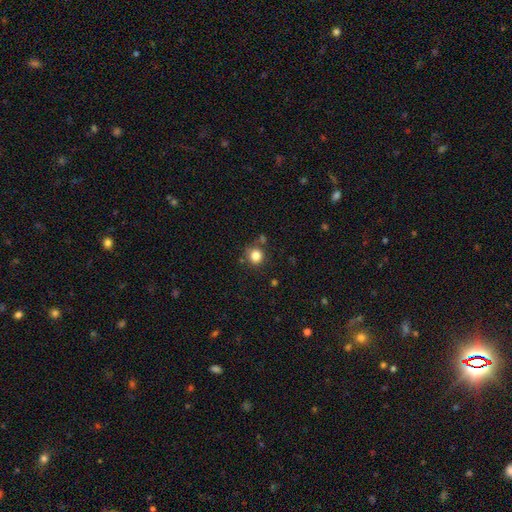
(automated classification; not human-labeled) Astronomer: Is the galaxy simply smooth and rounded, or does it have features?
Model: smooth — 83%.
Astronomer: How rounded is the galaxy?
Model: round — 87%.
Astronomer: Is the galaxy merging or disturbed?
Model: none — 77%.